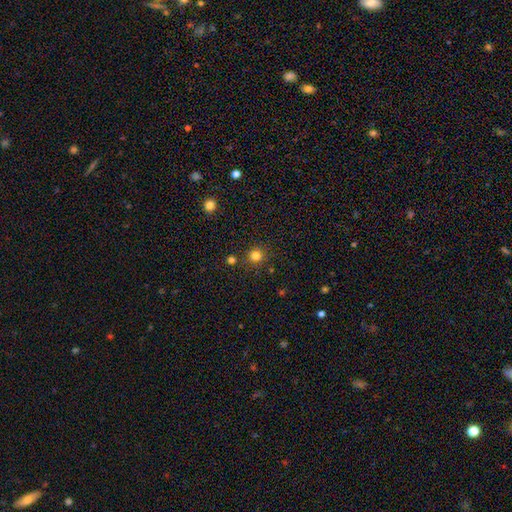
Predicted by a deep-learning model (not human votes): Overall: smooth (81%). How rounded: round (93%). Merging: none (84%).